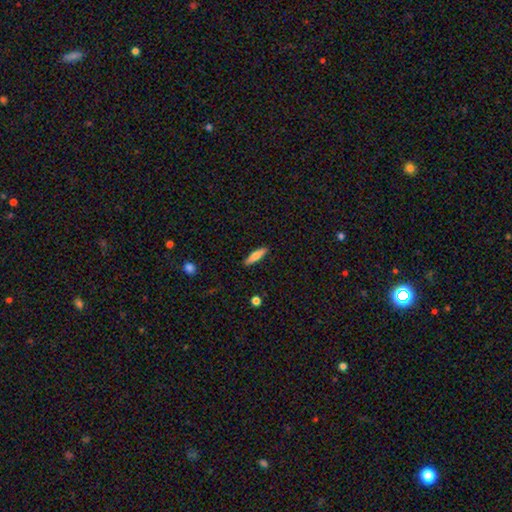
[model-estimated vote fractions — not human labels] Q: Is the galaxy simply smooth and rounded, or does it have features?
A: smooth — 72%.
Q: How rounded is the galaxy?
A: cigar-shaped — 70%.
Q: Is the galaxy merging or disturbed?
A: none — 89%.